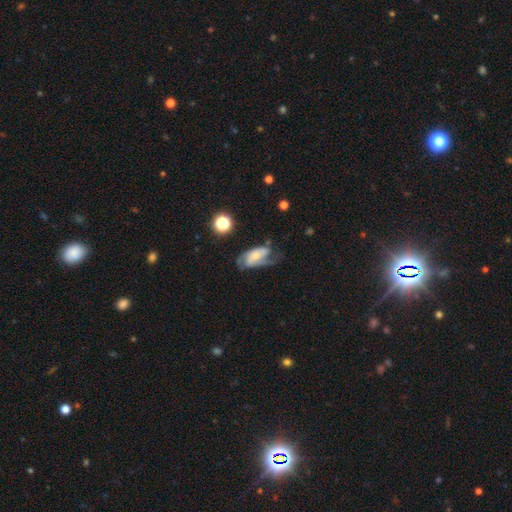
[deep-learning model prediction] Morphology: type=featured or disk (68%); edge-on=no (94%); bar=no (58%); spiral arms=yes (87%); winding=medium (44%); arm count=2 (56%); bulge=small (51%); merging=none (42%).